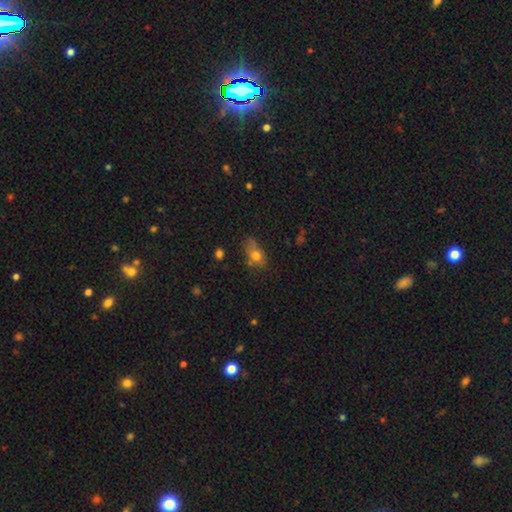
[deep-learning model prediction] Smooth or featured? Predicted: smooth (p=0.71). How rounded? Predicted: in between (p=0.71). Merging? Predicted: none (p=0.44).